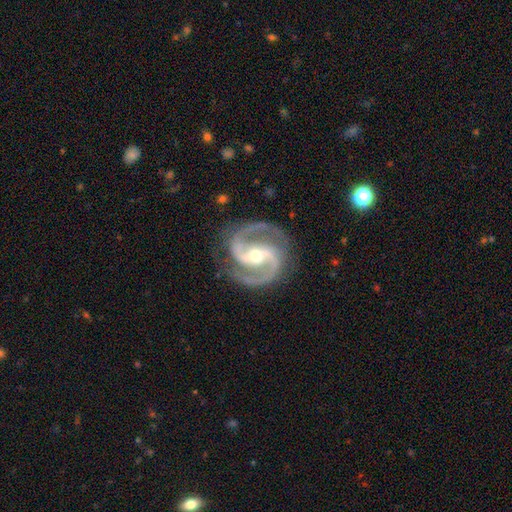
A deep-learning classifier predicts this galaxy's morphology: A featured or disk galaxy (94%) with a strong bar (49%), 2 (94%) medium (63%) spiral arms (99%) and a moderate central bulge (59%). Merging: none (85%).